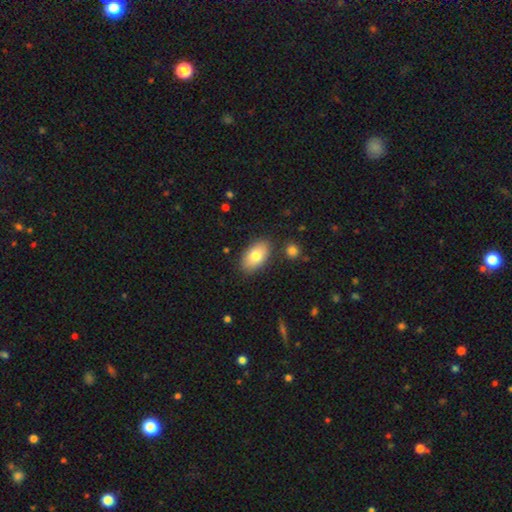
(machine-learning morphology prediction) Smooth or featured?
  - smooth: 78% *
  - featured or disk: 15%
  - star or artifact: 7%
How rounded?
  - in between: 93% *
  - round: 5%
  - cigar-shaped: 2%
Merging?
  - none: 84% *
  - minor disturbance: 10%
  - merger: 3%
  - major disturbance: 2%